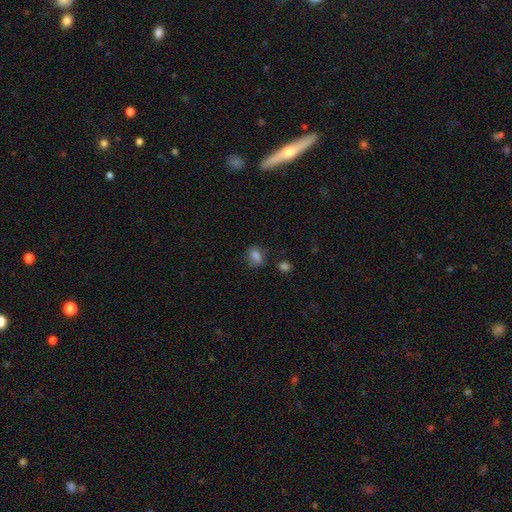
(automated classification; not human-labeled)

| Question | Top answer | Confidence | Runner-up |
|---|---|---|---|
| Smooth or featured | smooth | 82% | star or artifact (12%) |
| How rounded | in between | 74% | round (24%) |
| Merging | none | 70% | minor disturbance (19%) |